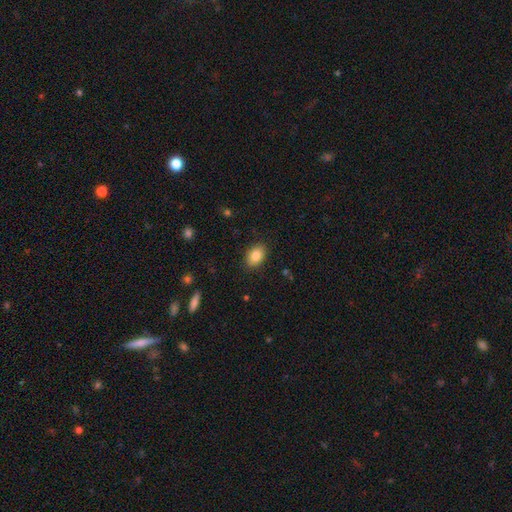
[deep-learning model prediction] Smooth or featured? Predicted: smooth (p=0.85). How rounded? Predicted: in between (p=0.85). Merging? Predicted: none (p=0.87).